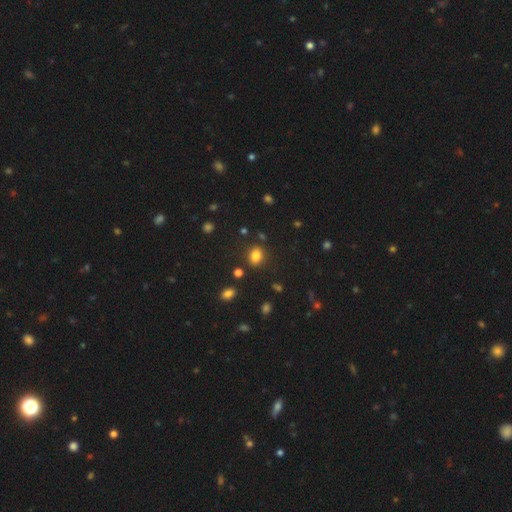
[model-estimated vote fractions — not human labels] A smooth galaxy with no disk features (82%) that is in between round and cigar-shaped (63%).

Vote fractions:
- Smooth or featured? smooth: 82% / star or artifact: 12% / featured or disk: 6%
- How rounded? in between: 63% / round: 36% / cigar-shaped: 1%
- Merging? none: 81% / minor disturbance: 11% / merger: 4% / major disturbance: 4%